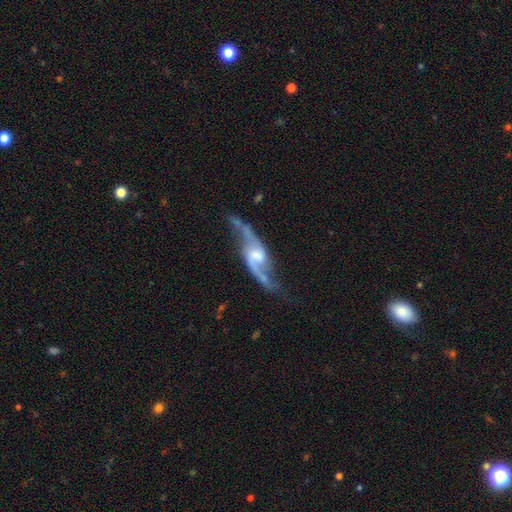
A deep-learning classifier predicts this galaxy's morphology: type=featured or disk (91%); edge-on=no (90%); bar=weak (47%); spiral arms=yes (97%); winding=loose (77%); arm count=2 (93%); bulge=moderate (41%); merging=none (70%).